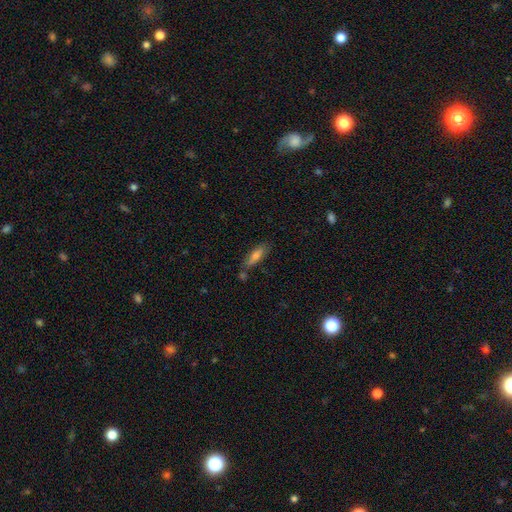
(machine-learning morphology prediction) Q: Smooth or featured?
A: smooth (72%); runner-up: featured or disk (21%)
Q: How rounded?
A: cigar-shaped (54%); runner-up: in between (44%)
Q: Merging?
A: none (68%); runner-up: minor disturbance (18%)